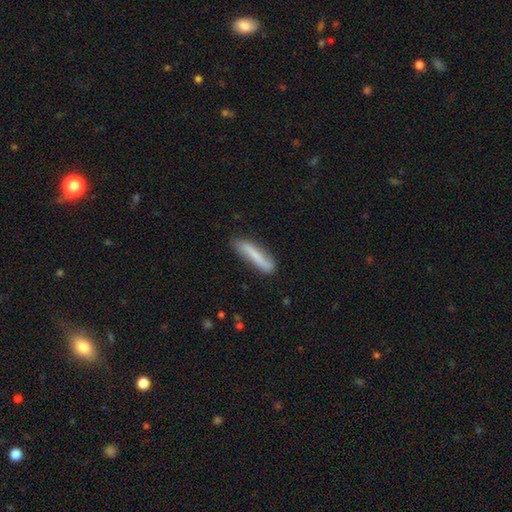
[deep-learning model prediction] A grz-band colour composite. It shows a smooth galaxy with no disk features (66%) that is cigar-shaped (87%). Merging: none (77%).